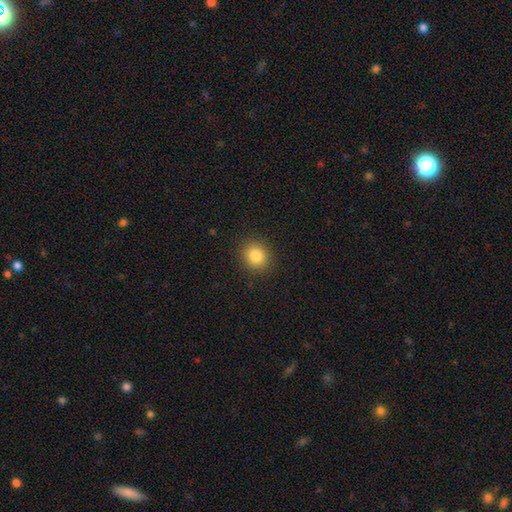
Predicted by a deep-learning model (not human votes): Smooth or featured? smooth (84%)
How rounded? round (81%)
Merging? none (90%)